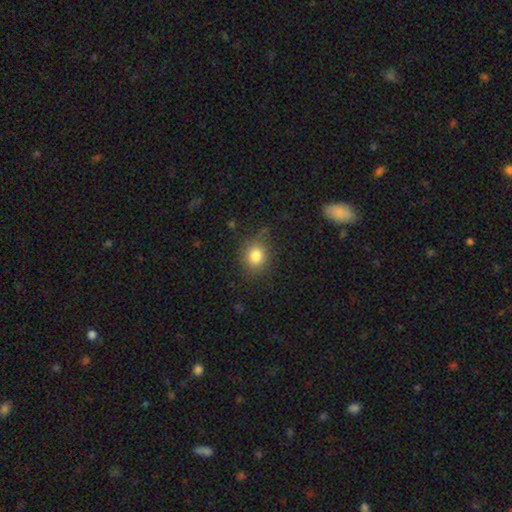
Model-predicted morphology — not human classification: The model was most divided on "how rounded": round: 80%, in between: 19%, cigar-shaped: 1%. More confident: smooth or featured — smooth (82%); merging — none (79%).